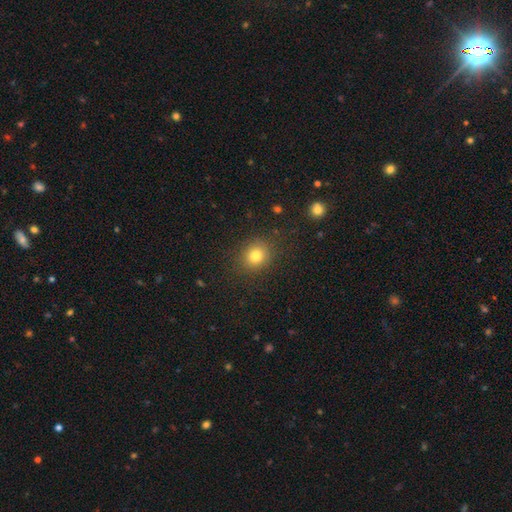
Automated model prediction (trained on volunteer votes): This is clearly a smooth galaxy (80%). How rounded: likely round (78%). Merging: clearly none (86%).